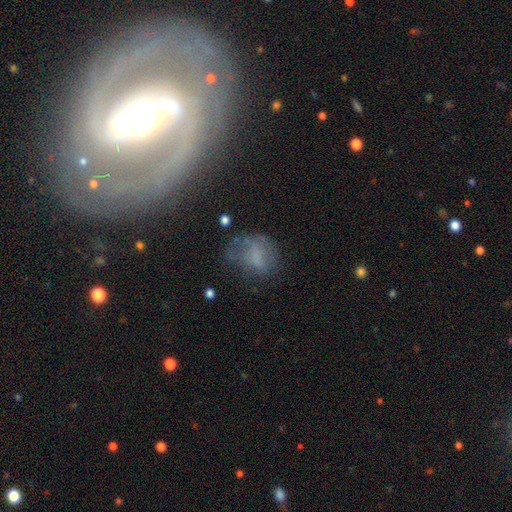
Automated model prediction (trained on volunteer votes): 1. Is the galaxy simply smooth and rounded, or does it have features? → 56% smooth, 26% featured or disk, 18% star or artifact.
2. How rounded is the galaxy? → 61% in between, 37% round, 3% cigar-shaped.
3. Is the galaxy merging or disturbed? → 42% none, 28% major disturbance, 26% minor disturbance, 4% merger.